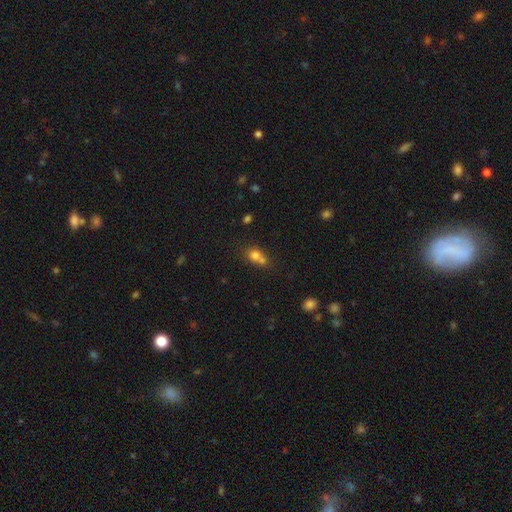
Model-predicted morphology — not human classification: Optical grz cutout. It shows a smooth galaxy with no disk features (73%) that is round (72%). Merging: merger (58%).